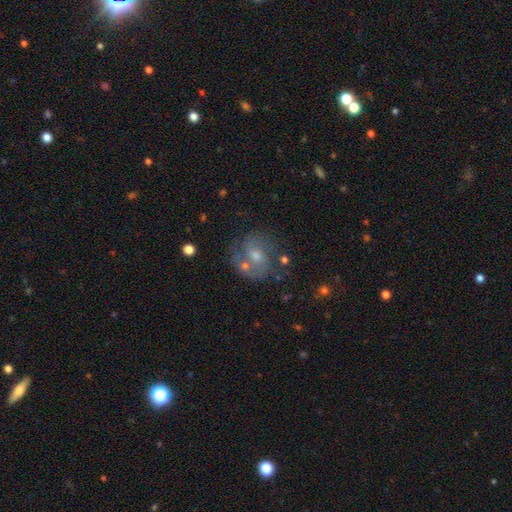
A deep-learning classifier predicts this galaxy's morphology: Smooth or featured: featured or disk — 52% (smooth — 32%)
Edge-on disk: no — 96% (yes — 4%)
Bar: no — 60% (weak — 33%)
Spiral arms: yes — 69% (no — 31%)
Bulge size: moderate — 56% (small — 34%)
Merging: none — 55% (merger — 20%)